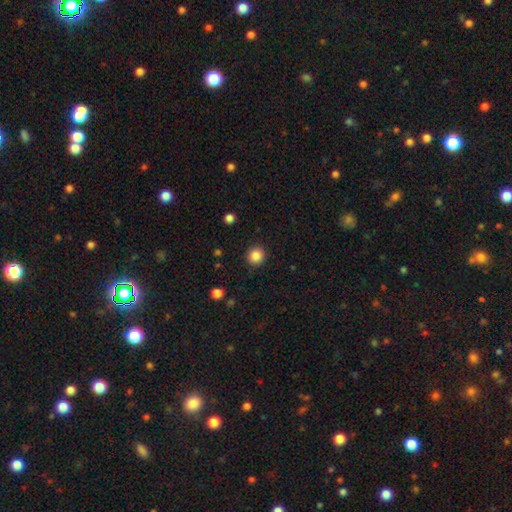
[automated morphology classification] This appears to be a smooth galaxy with no disk features (86%) that is round (93%). Merging: none (91%).